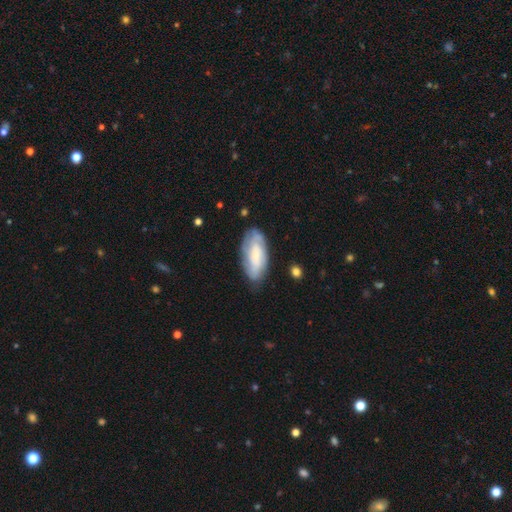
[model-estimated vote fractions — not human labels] Q: Smooth or featured?
A: featured or disk (53%); runner-up: smooth (40%)
Q: Edge-on disk?
A: no (90%); runner-up: yes (10%)
Q: Merging?
A: none (73%); runner-up: minor disturbance (19%)